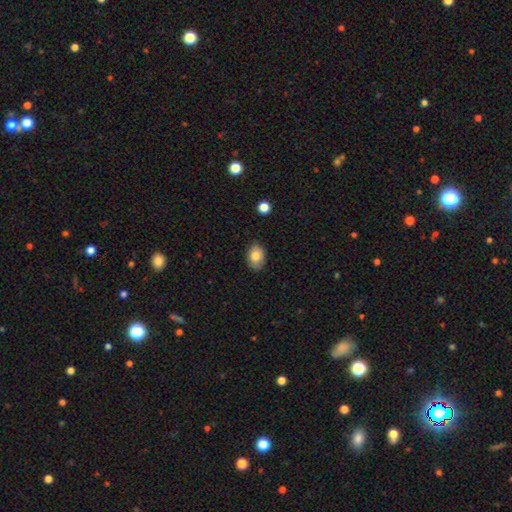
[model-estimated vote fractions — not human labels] Morphology: type=smooth (82%); roundness=in between (79%); merging=none (83%).